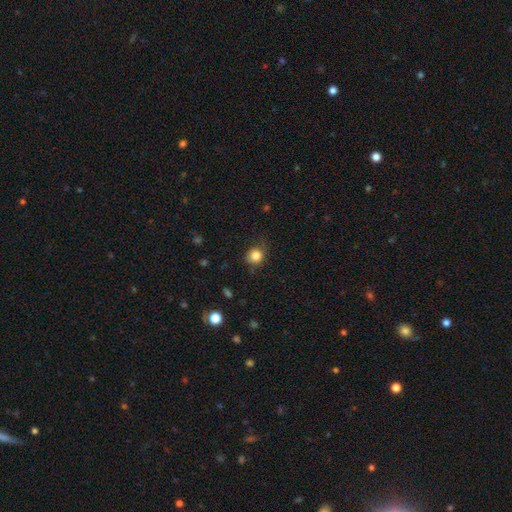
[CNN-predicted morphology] A smooth galaxy with no disk features (83%) that is round (81%). Merging: none (71%).